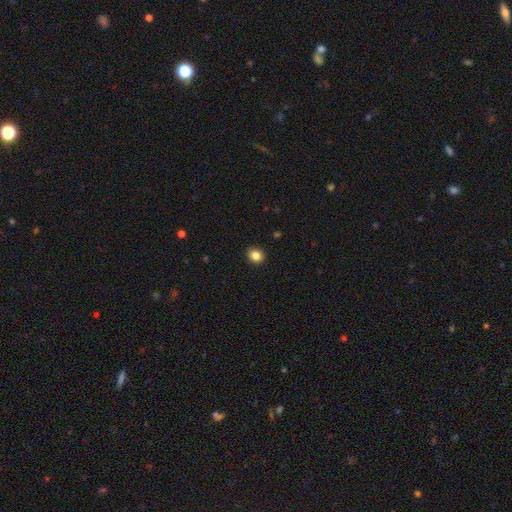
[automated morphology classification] Smooth or featured: smooth — 85% (star or artifact — 11%)
How rounded: round — 70% (in between — 29%)
Merging: none — 92% (minor disturbance — 6%)